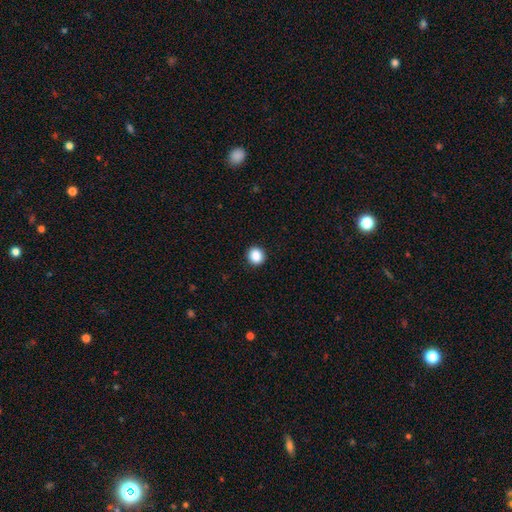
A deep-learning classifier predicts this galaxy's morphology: Smooth or featured: smooth — 88% (star or artifact — 9%)
How rounded: round — 90% (in between — 9%)
Merging: none — 92% (minor disturbance — 5%)